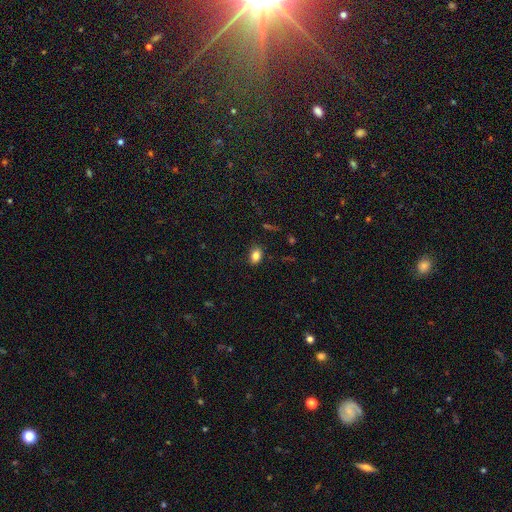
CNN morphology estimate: Smooth or featured? smooth (82%)
How rounded? in between (79%)
Merging? none (83%)